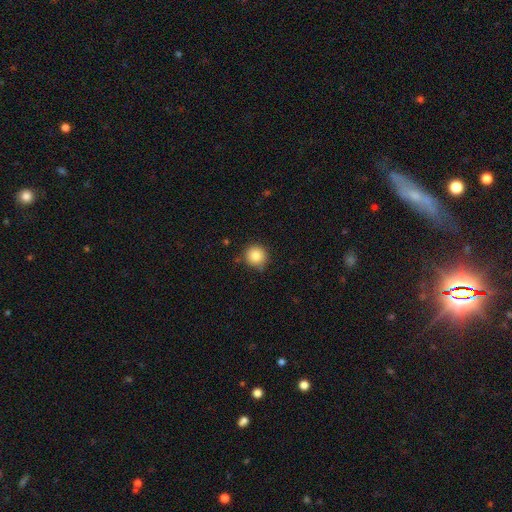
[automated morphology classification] Smooth or featured? smooth (85%)
How rounded? round (93%)
Merging? none (85%)